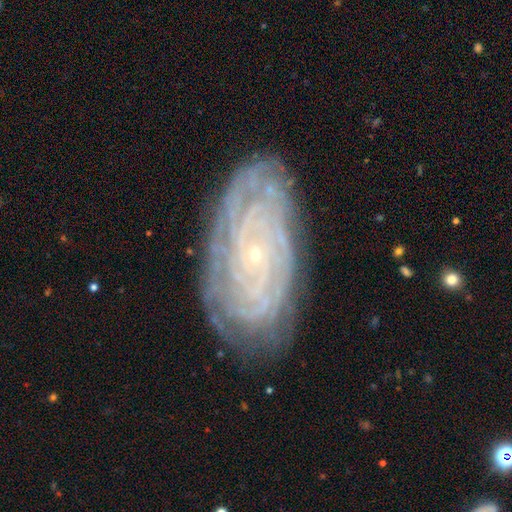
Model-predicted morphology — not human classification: Overall: featured or disk (86%). Edge-on disk: no (95%). Bar: no (78%). Spiral arms: yes (96%). Spiral arm count: can't tell (33%; more than 4 18%). Spiral winding: tight (85%). Bulge size: small (90%). Merging: none (79%).